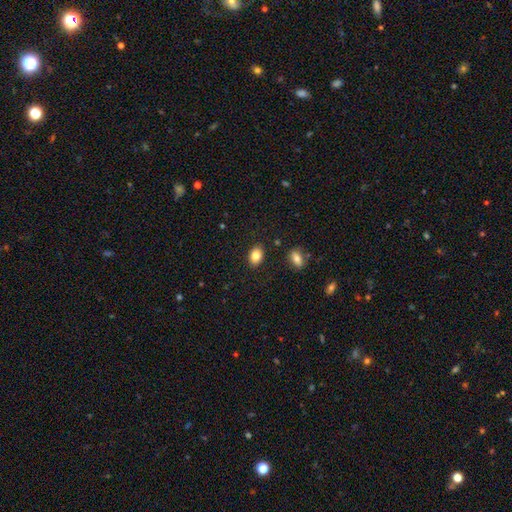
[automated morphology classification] A smooth galaxy with no disk features (84%) that is in between round and cigar-shaped (80%). Merging: none (87%).